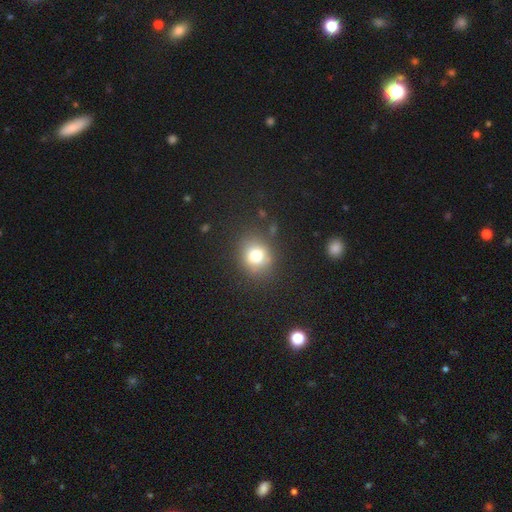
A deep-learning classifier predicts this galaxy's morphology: This is likely a smooth galaxy (74%). How rounded: likely round (68%). Merging: likely none (78%).